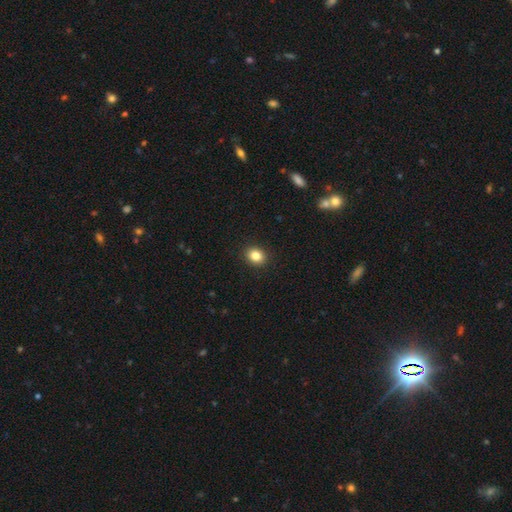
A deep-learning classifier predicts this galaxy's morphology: smooth_or_featured: smooth (p=0.85) [alt: star or artifact p=0.10]
how_rounded: round (p=0.58) [alt: in between p=0.41]
merging: none (p=0.91) [alt: minor disturbance p=0.06]